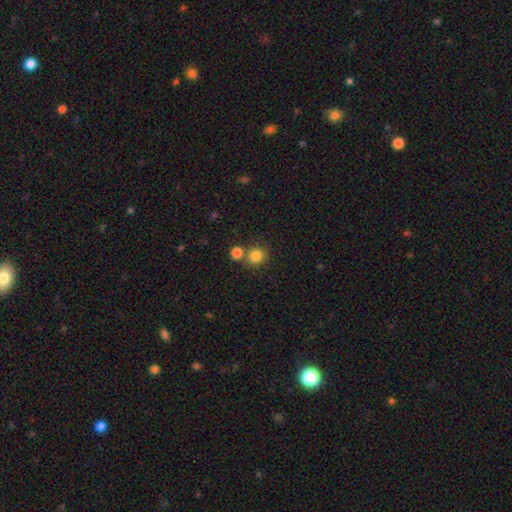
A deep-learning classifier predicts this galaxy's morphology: smooth_or_featured: smooth (p=0.83) [alt: star or artifact p=0.12]
how_rounded: round (p=0.87) [alt: in between p=0.12]
merging: none (p=0.70) [alt: merger p=0.20]